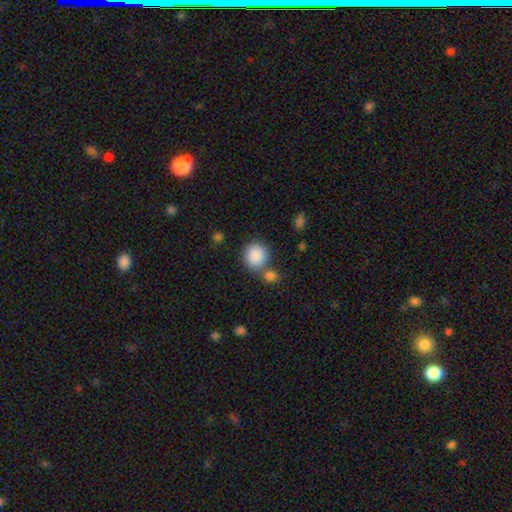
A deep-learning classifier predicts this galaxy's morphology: Q: Smooth or featured?
A: smooth (88%); runner-up: star or artifact (8%)
Q: How rounded?
A: round (86%); runner-up: in between (13%)
Q: Merging?
A: none (63%); runner-up: merger (23%)